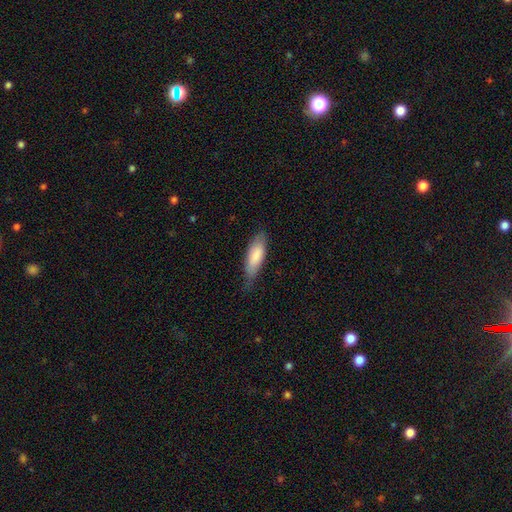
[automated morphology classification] type=smooth (81%); roundness=in between (63%); merging=none (63%).